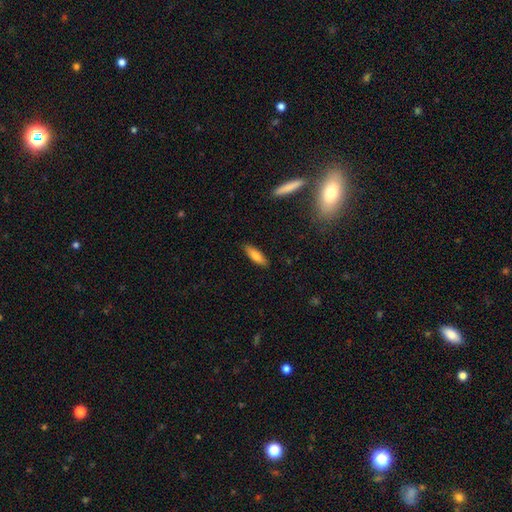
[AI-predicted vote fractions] Smooth or featured?
  - smooth: 75% *
  - featured or disk: 18%
  - star or artifact: 7%
How rounded?
  - cigar-shaped: 50% *
  - in between: 48%
  - round: 2%
Merging?
  - none: 87% *
  - minor disturbance: 9%
  - major disturbance: 2%
  - merger: 1%